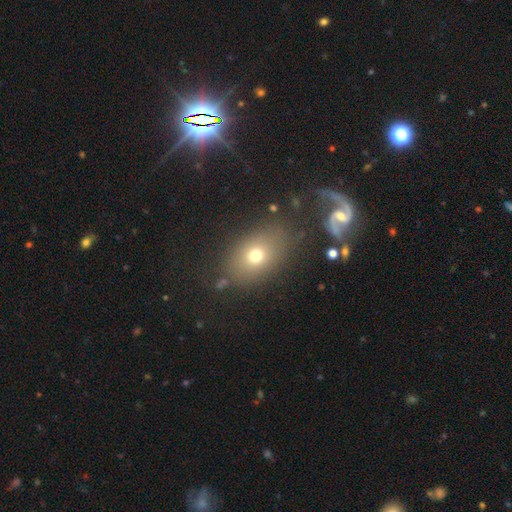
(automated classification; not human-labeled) smooth-or-featured: smooth: 70% | star or artifact: 15% | featured or disk: 15%
  how-rounded: in between: 70% | round: 29% | cigar-shaped: 2%
  merging: none: 75% | minor disturbance: 14% | major disturbance: 8% | merger: 3%